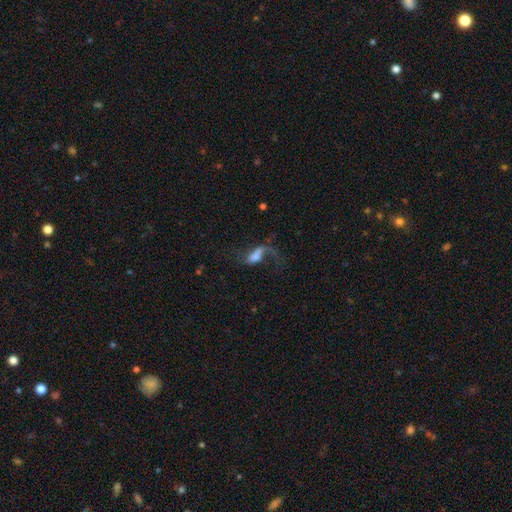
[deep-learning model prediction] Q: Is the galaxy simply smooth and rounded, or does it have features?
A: featured or disk — 57%.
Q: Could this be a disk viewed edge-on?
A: no — 92%.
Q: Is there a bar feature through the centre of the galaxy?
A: no — 44%.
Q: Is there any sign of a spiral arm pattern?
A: yes — 77%.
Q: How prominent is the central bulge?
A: none — 31%.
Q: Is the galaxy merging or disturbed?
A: major disturbance — 47%.